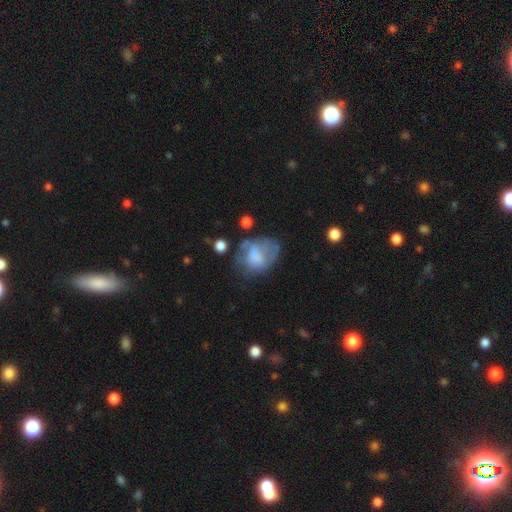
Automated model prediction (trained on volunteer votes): smooth-or-featured: smooth: 53% | featured or disk: 37% | star or artifact: 10%
  how-rounded: in between: 65% | round: 33% | cigar-shaped: 1%
  merging: none: 34% | major disturbance: 31% | minor disturbance: 27% | merger: 8%